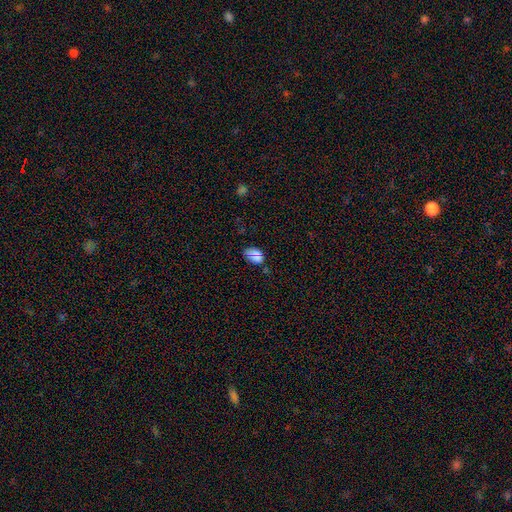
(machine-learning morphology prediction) A smooth galaxy with no disk features (68%) that is in between round and cigar-shaped (83%).

Vote fractions:
- Smooth or featured? smooth: 68% / star or artifact: 21% / featured or disk: 11%
- How rounded? in between: 83% / round: 15% / cigar-shaped: 2%
- Merging? none: 62% / minor disturbance: 21% / major disturbance: 10% / merger: 7%